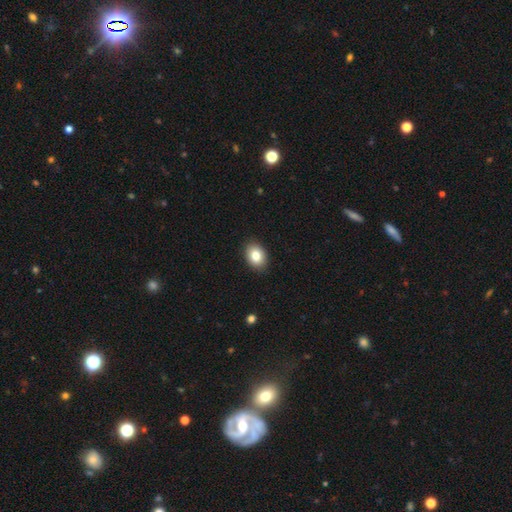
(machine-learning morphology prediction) smooth 82%, featured or disk 10%, star or artifact 8%. Down the decision tree: how rounded — in between (73%); merging — none (89%).